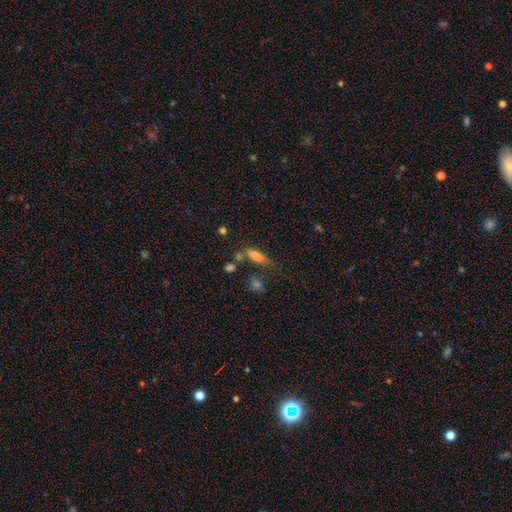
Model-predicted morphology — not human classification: type=smooth (69%); roundness=in between (57%); merging=none (52%).